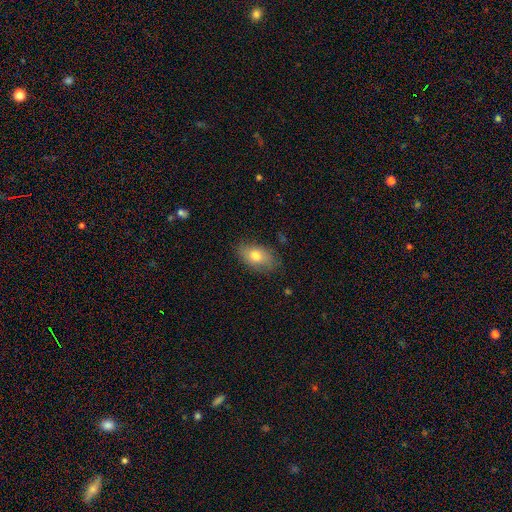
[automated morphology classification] Smooth or featured: smooth — 75% (featured or disk — 17%)
How rounded: in between — 89% (round — 9%)
Merging: none — 77% (minor disturbance — 18%)